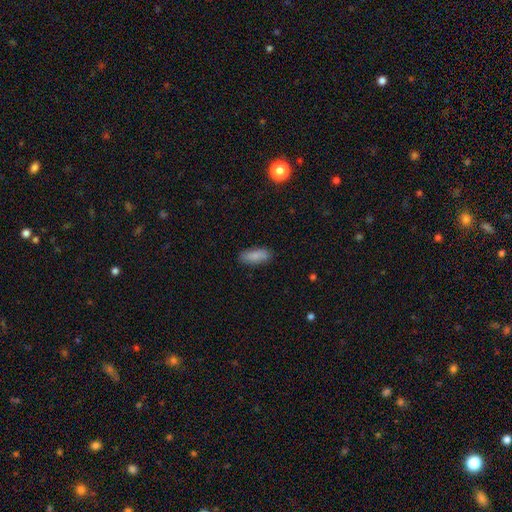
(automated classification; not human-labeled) Overall: smooth (87%). How rounded: in between (73%). Merging: none (85%).